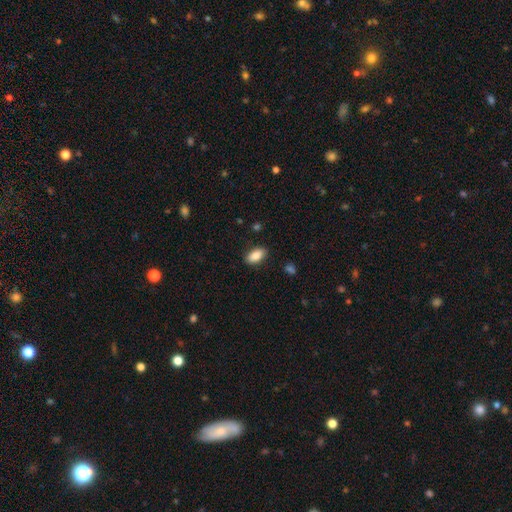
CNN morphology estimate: Smooth or featured?
  - smooth: 86% *
  - star or artifact: 7%
  - featured or disk: 6%
How rounded?
  - in between: 92% *
  - cigar-shaped: 5%
  - round: 3%
Merging?
  - none: 87% *
  - minor disturbance: 10%
  - major disturbance: 2%
  - merger: 1%